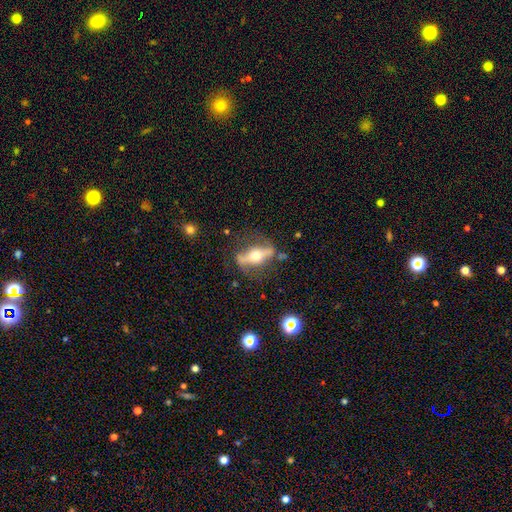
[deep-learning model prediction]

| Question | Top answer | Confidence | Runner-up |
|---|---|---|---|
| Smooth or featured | featured or disk | 67% | smooth (27%) |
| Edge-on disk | yes | 59% | no (41%) |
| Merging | none | 67% | minor disturbance (18%) |